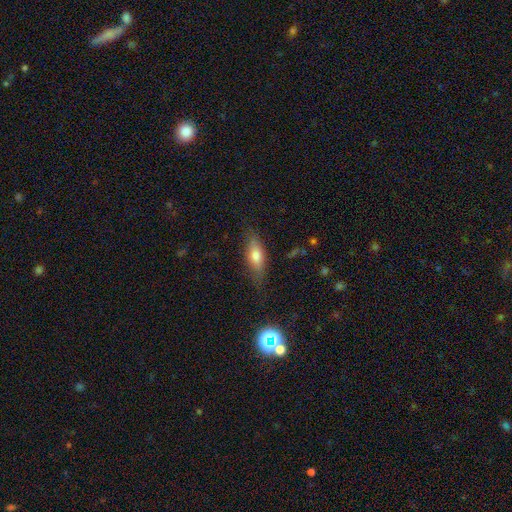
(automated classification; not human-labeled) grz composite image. It shows a smooth galaxy with no disk features (66%) that is in between round and cigar-shaped (67%). Merging: none (74%).